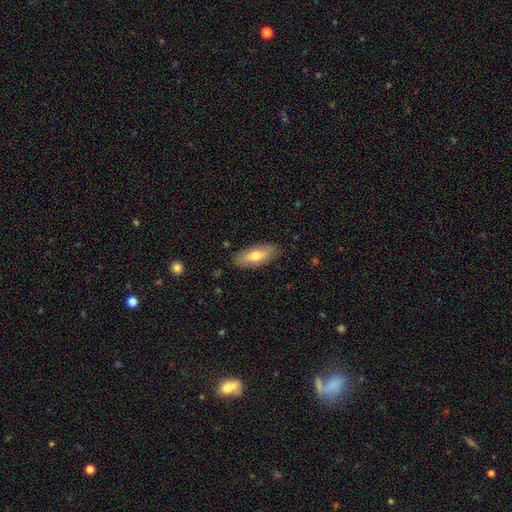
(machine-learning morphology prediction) This is likely a smooth galaxy (66%). How rounded: likely in between (79%). Merging: clearly none (86%).